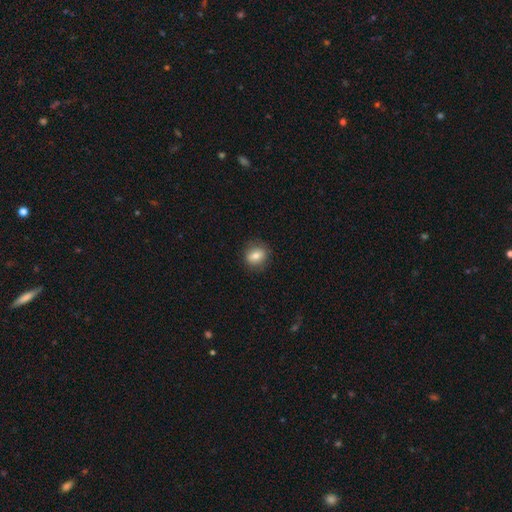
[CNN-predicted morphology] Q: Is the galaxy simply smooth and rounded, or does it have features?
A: smooth — 76%.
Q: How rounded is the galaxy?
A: round — 59%.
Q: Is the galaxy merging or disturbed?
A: none — 85%.